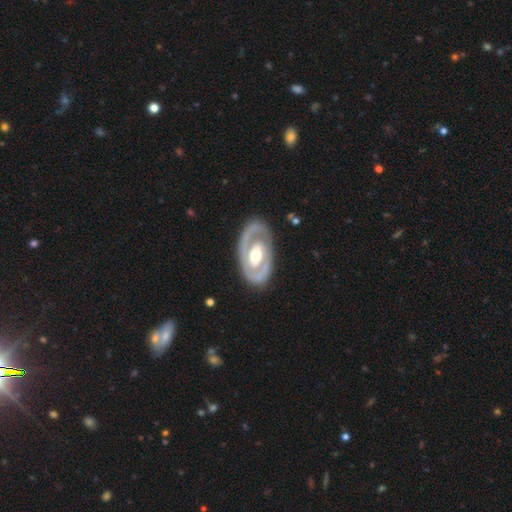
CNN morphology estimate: Smooth or featured?
  - featured or disk: 79% *
  - smooth: 18%
  - star or artifact: 4%
Edge-on disk?
  - no: 94% *
  - yes: 6%
Bar?
  - no: 50% *
  - weak: 30%
  - strong: 19%
Spiral arms?
  - yes: 60% *
  - no: 40%
Bulge size?
  - moderate: 68% *
  - large: 21%
  - small: 9%
  - dominant: 1%
  - none: 1%
Merging?
  - none: 81% *
  - minor disturbance: 13%
  - major disturbance: 5%
  - merger: 1%